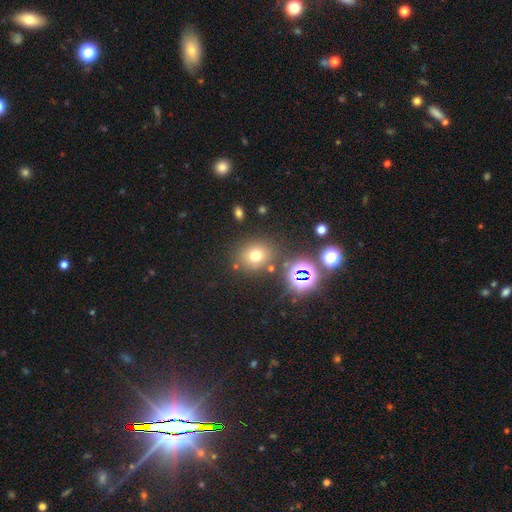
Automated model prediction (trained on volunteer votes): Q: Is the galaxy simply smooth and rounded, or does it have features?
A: smooth — 67%.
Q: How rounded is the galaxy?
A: round — 74%.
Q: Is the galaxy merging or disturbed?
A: none — 78%.